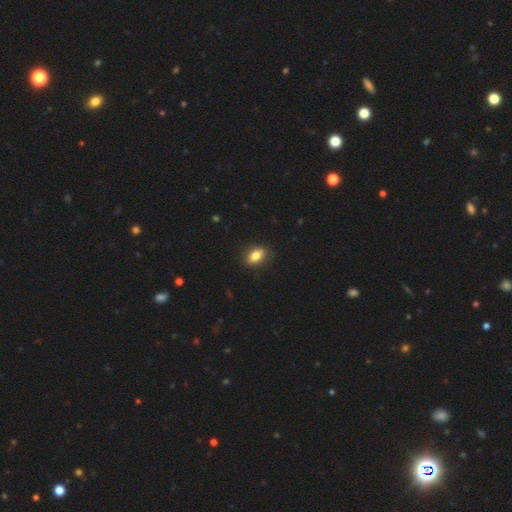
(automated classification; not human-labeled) Q: Smooth or featured?
A: smooth (83%); runner-up: featured or disk (9%)
Q: How rounded?
A: in between (85%); runner-up: round (11%)
Q: Merging?
A: none (86%); runner-up: minor disturbance (10%)